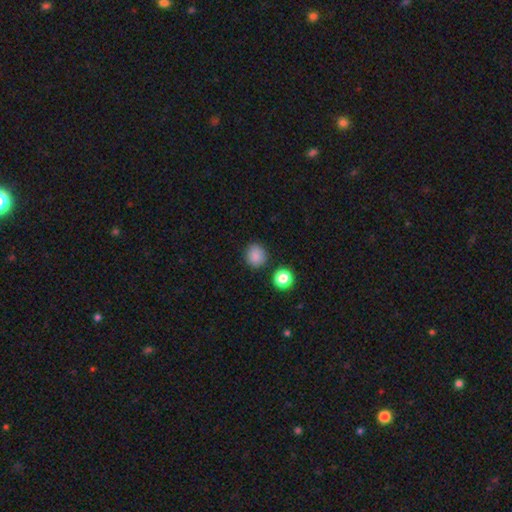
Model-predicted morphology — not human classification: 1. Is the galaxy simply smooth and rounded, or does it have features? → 85% smooth, 11% star or artifact, 4% featured or disk.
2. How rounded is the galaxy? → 86% round, 13% in between, 1% cigar-shaped.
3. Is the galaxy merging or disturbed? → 85% none, 9% minor disturbance, 3% merger, 3% major disturbance.